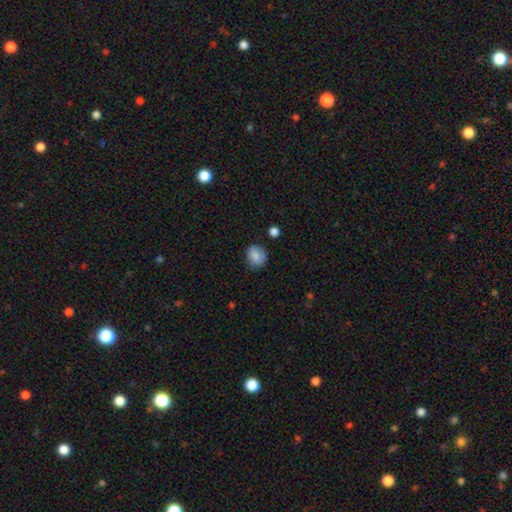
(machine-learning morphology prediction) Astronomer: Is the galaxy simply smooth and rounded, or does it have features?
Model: smooth — 84%.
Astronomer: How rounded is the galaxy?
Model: round — 64%.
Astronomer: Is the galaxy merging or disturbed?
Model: none — 77%.